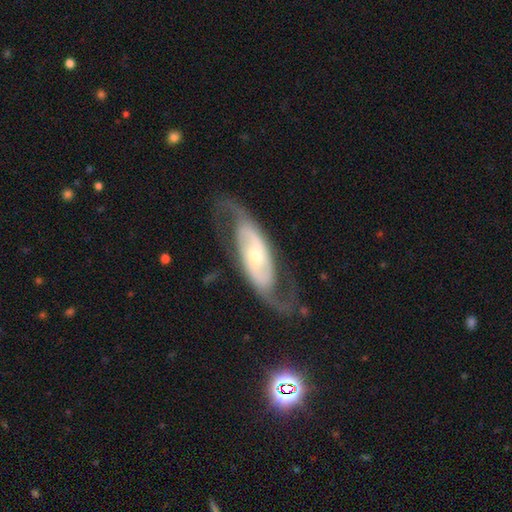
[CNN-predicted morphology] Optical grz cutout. It shows a featured or disk galaxy (85%) with no bar (53%), 2 (89%) medium (42%) spiral arms (92%) and a small central bulge (54%). Merging: none (71%).